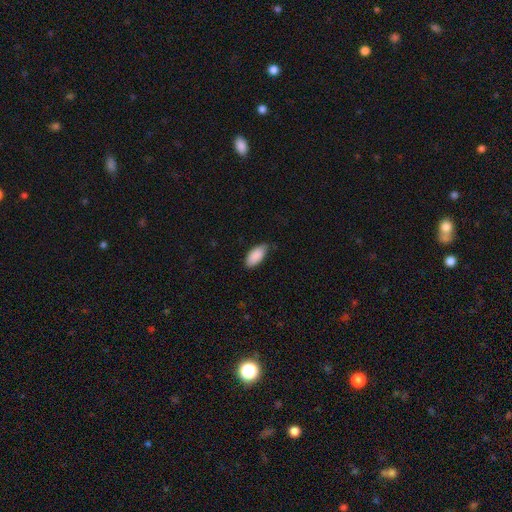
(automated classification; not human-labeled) Q: Smooth or featured?
A: smooth (89%); runner-up: star or artifact (6%)
Q: How rounded?
A: in between (92%); runner-up: cigar-shaped (6%)
Q: Merging?
A: none (69%); runner-up: minor disturbance (26%)